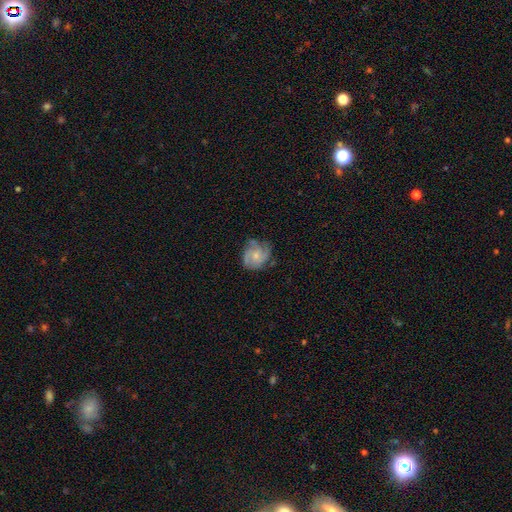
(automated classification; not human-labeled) This appears to be a featured or disk galaxy (66%) with no bar (75%), 3 (42%) medium (45%) spiral arms (90%) and a small central bulge (58%). Merging: none (65%).